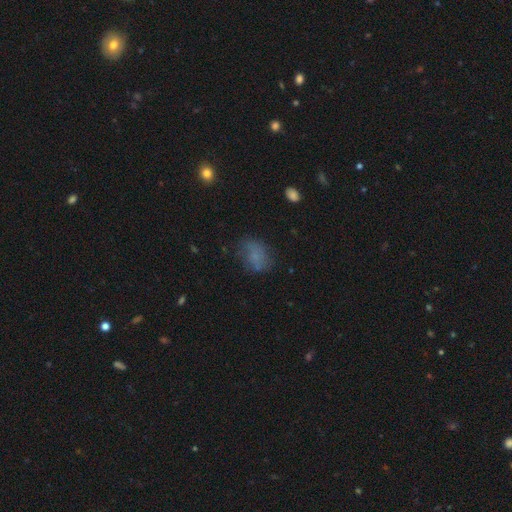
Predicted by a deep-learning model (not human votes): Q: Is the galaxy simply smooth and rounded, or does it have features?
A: smooth — 66%.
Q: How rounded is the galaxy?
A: in between — 74%.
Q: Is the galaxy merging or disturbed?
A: none — 60%.